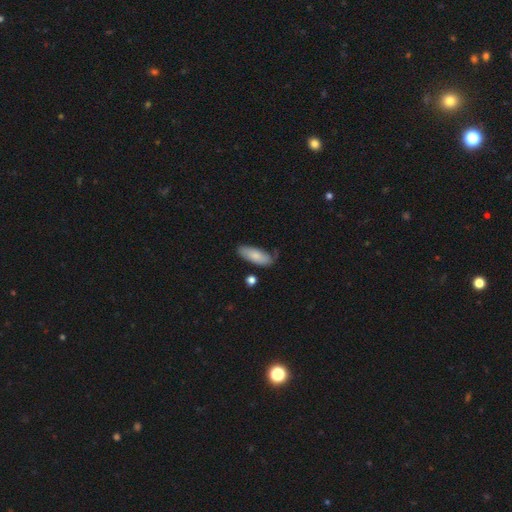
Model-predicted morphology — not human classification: Q: Smooth or featured?
A: smooth (80%); runner-up: featured or disk (14%)
Q: How rounded?
A: in between (72%); runner-up: cigar-shaped (26%)
Q: Merging?
A: none (68%); runner-up: minor disturbance (23%)